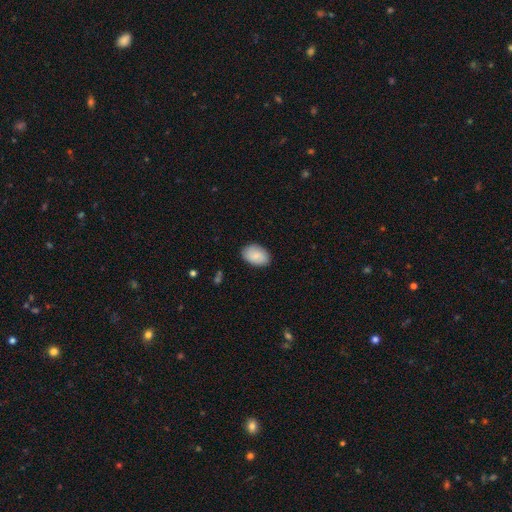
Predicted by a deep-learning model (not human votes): smooth 83%, featured or disk 10%, star or artifact 6%. Down the decision tree: how rounded — in between (87%); merging — none (86%).